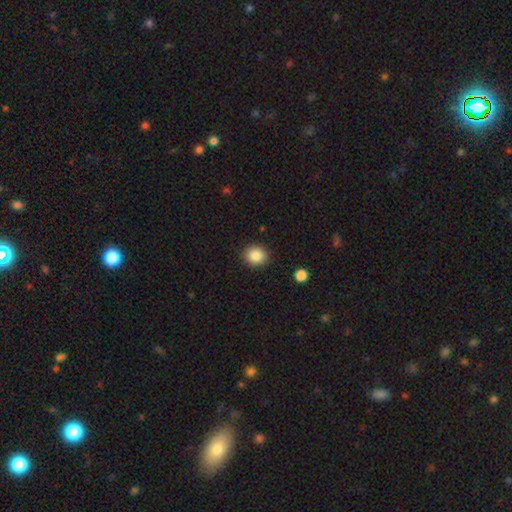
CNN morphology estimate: Smooth or featured? Predicted: smooth (p=0.87). How rounded? Predicted: round (p=0.75). Merging? Predicted: none (p=0.88).